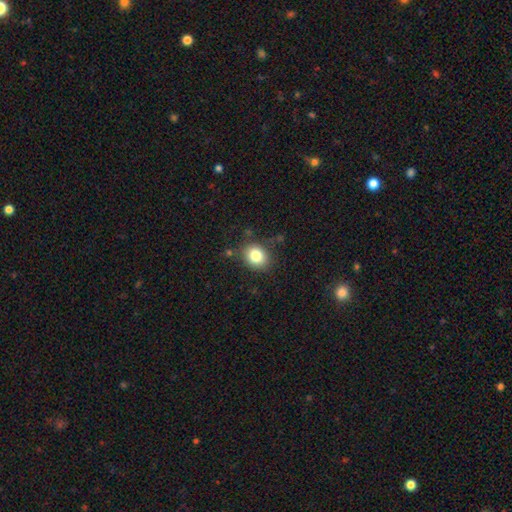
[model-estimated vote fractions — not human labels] Morphology: type=smooth (82%); roundness=round (62%); merging=none (80%).